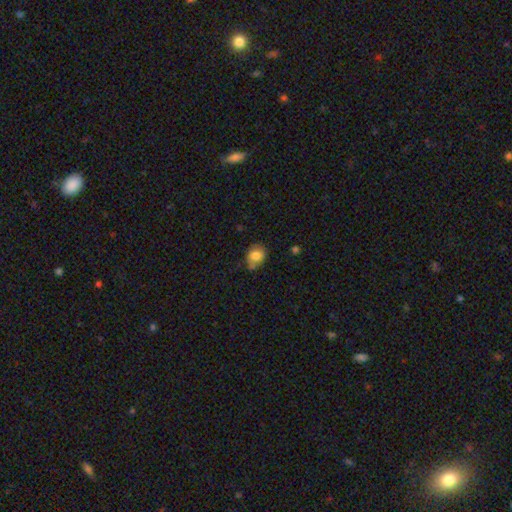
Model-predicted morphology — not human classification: smooth_or_featured: smooth (p=0.78) [alt: featured or disk p=0.13]
how_rounded: round (p=0.52) [alt: in between p=0.48]
merging: none (p=0.56) [alt: minor disturbance p=0.26]